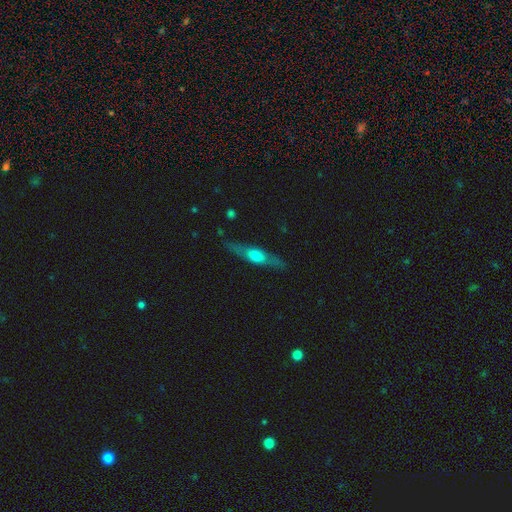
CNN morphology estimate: Overall: featured or disk (59%; smooth 35%). Edge-on disk: yes (86%). Edge-on bulge: rounded (85%). Merging: none (82%).